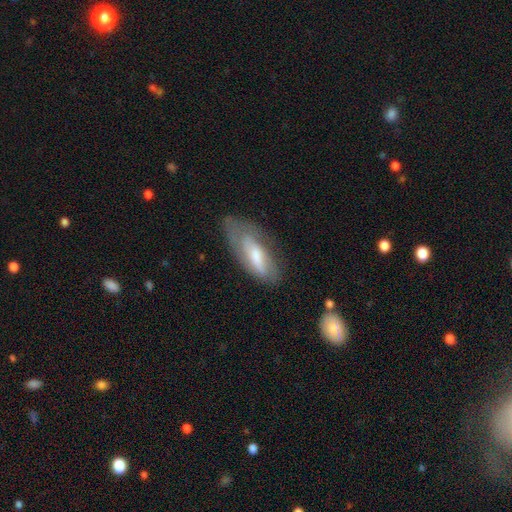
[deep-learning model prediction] smooth-or-featured: smooth: 50% | featured or disk: 44% | star or artifact: 7%
  merging: none: 52% | minor disturbance: 30% | major disturbance: 16% | merger: 2%